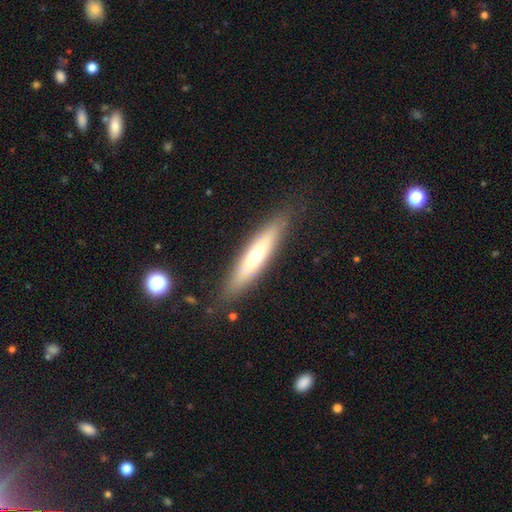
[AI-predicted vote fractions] This is possibly a smooth galaxy (54%). How rounded: clearly cigar-shaped (83%). Merging: clearly none (86%).